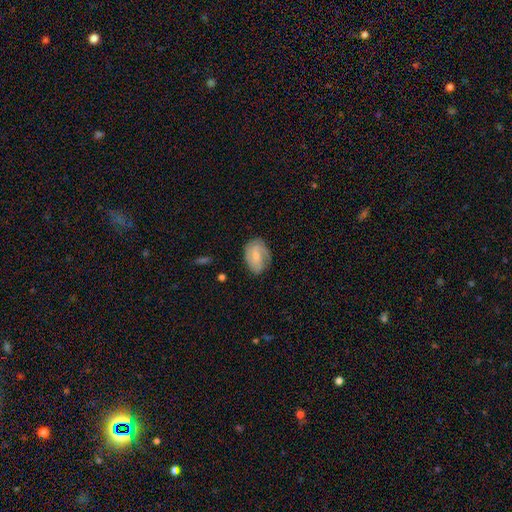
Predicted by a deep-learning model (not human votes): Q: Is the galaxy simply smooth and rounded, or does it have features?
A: featured or disk — 51%.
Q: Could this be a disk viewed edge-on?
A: no — 96%.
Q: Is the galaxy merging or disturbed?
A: none — 68%.